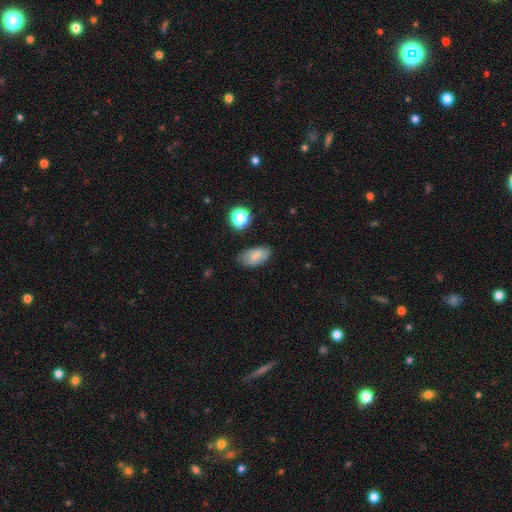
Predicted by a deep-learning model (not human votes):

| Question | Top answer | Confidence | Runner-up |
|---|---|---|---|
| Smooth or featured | smooth | 79% | featured or disk (12%) |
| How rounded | in between | 92% | round (5%) |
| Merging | none | 75% | minor disturbance (18%) |